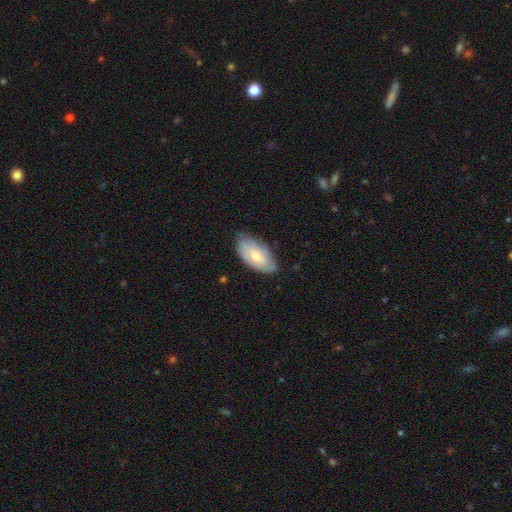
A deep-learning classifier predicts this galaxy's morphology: A smooth galaxy with no disk features (55%) that is in between round and cigar-shaped (92%). Merging: none (70%).